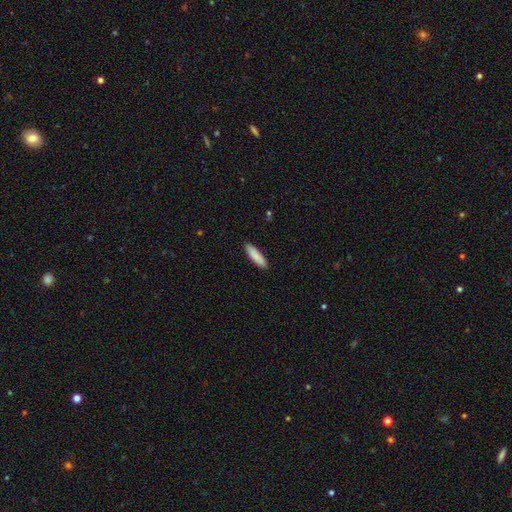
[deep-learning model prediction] This appears to be a smooth galaxy with no disk features (88%) that is cigar-shaped (69%). Merging: none (90%).